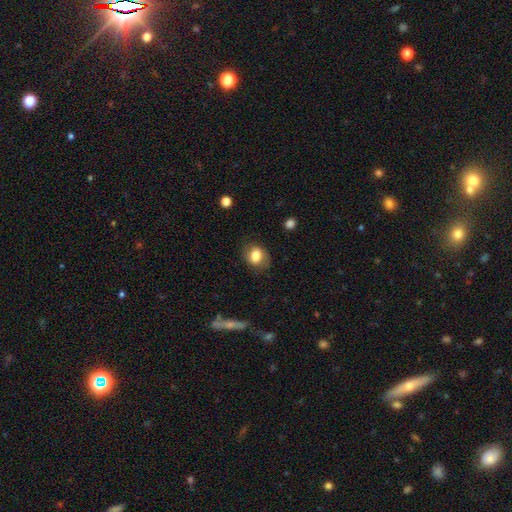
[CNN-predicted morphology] Smooth or featured: smooth — 78% (featured or disk — 14%)
How rounded: round — 51% (in between — 48%)
Merging: none — 78% (minor disturbance — 16%)